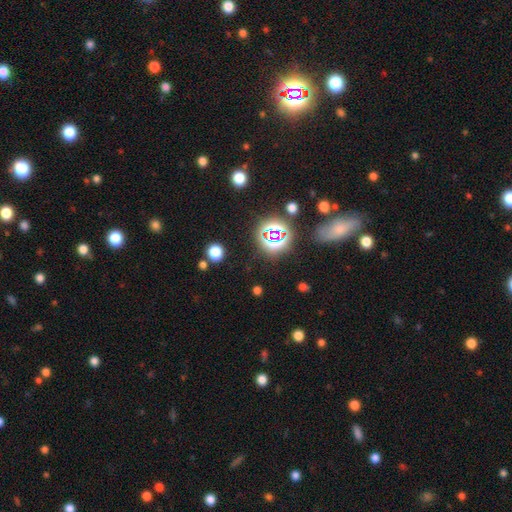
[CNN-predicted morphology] Smooth or featured? Predicted: star or artifact (p=0.69).